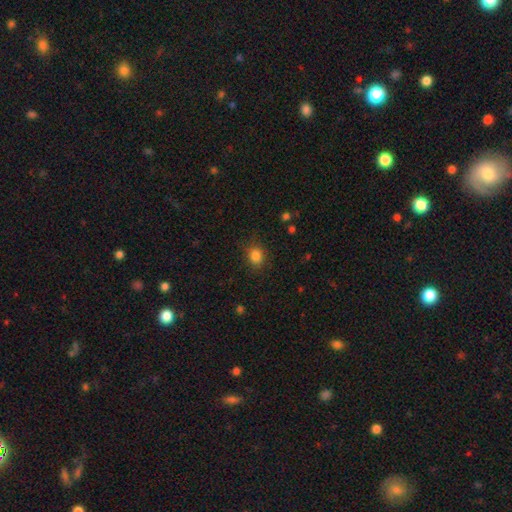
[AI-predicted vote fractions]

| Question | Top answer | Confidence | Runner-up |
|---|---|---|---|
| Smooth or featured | smooth | 84% | star or artifact (12%) |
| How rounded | round | 62% | in between (37%) |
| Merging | none | 83% | minor disturbance (12%) |